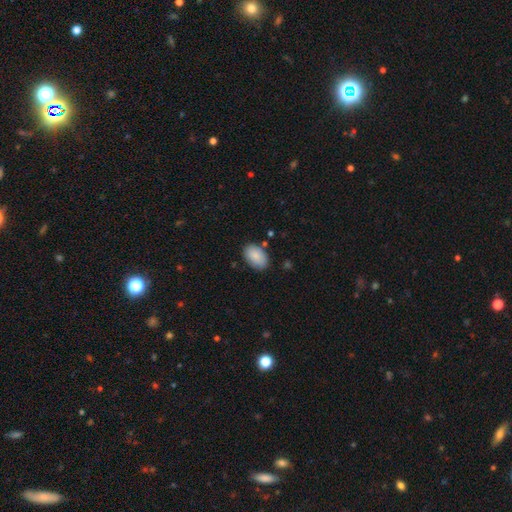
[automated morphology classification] smooth-or-featured: smooth: 87% | featured or disk: 7% | star or artifact: 7%
  how-rounded: in between: 91% | round: 8% | cigar-shaped: 1%
  merging: none: 82% | minor disturbance: 12% | major disturbance: 3% | merger: 3%